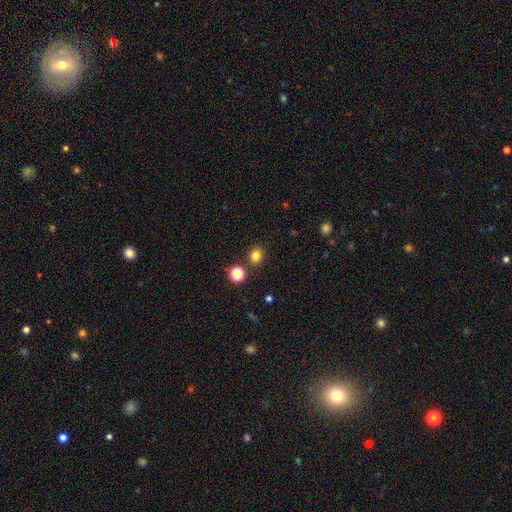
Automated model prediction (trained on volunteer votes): Smooth or featured? smooth (81%)
How rounded? round (72%)
Merging? none (84%)